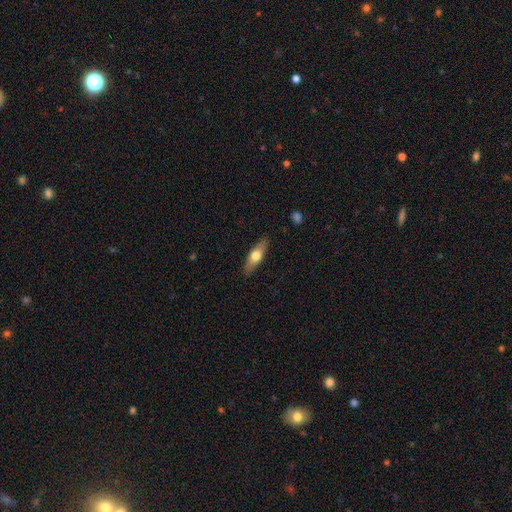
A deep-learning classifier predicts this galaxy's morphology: Smooth or featured: smooth — 59% (featured or disk — 35%)
How rounded: in between — 50% (cigar-shaped — 47%)
Merging: none — 87% (minor disturbance — 10%)